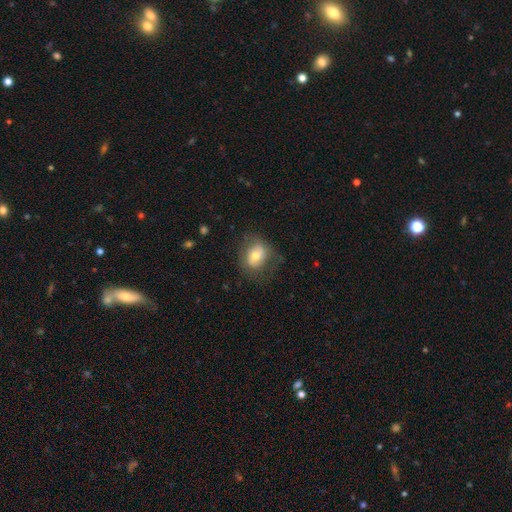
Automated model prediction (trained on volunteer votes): A smooth galaxy with no disk features (64%) that is round (51%). Merging: none (67%).